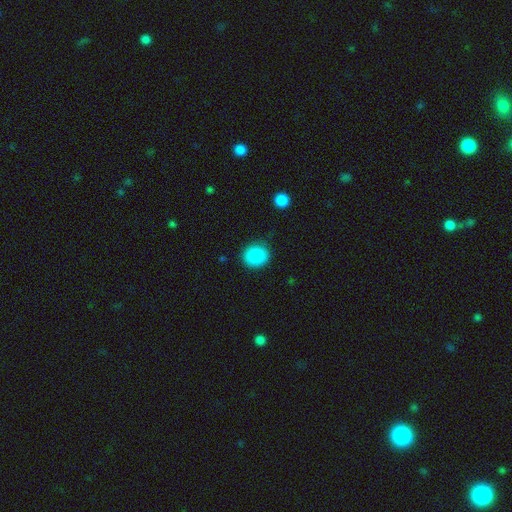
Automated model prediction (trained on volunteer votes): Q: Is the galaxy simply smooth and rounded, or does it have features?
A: smooth — 88%.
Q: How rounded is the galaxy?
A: round — 75%.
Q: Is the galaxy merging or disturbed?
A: none — 85%.